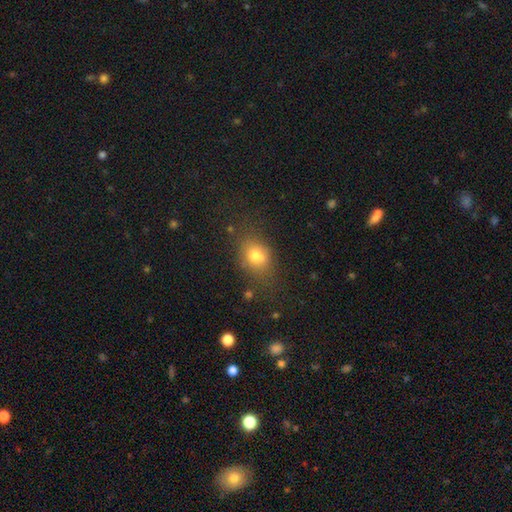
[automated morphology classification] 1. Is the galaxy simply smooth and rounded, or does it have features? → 76% smooth, 13% star or artifact, 12% featured or disk.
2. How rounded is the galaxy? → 61% in between, 37% round, 2% cigar-shaped.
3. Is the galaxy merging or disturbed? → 65% none, 21% minor disturbance, 10% major disturbance, 4% merger.